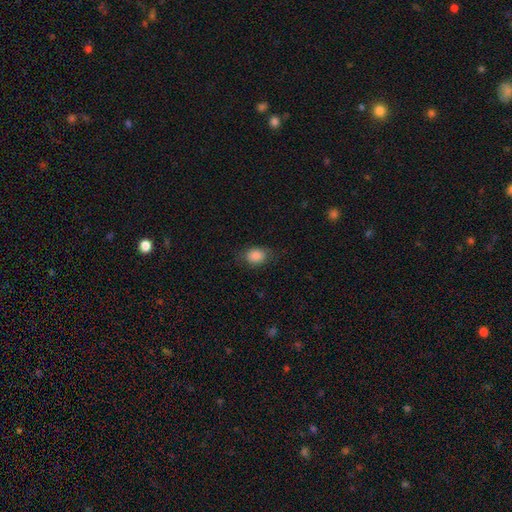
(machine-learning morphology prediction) This is clearly a smooth galaxy (86%). How rounded: likely in between (63%). Merging: likely none (75%).